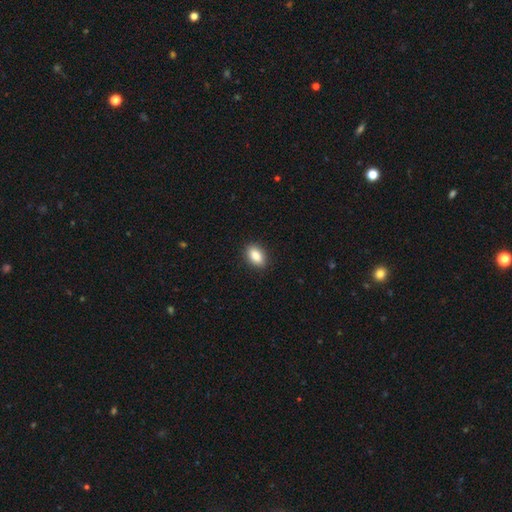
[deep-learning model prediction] This is clearly a smooth galaxy (88%). How rounded: clearly in between (89%). Merging: clearly none (89%).